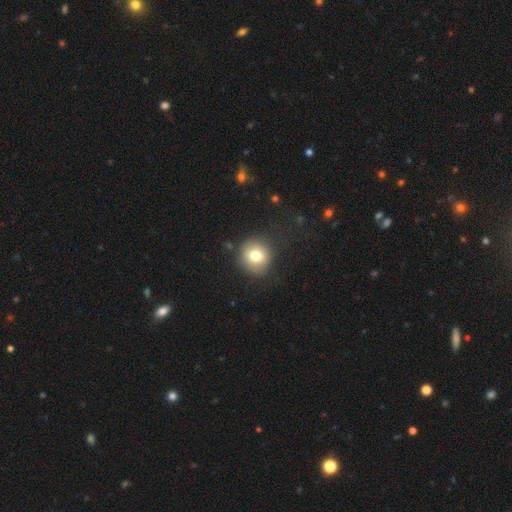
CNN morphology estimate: Q: Smooth or featured?
A: smooth (75%); runner-up: featured or disk (14%)
Q: How rounded?
A: round (87%); runner-up: in between (12%)
Q: Merging?
A: none (80%); runner-up: minor disturbance (13%)